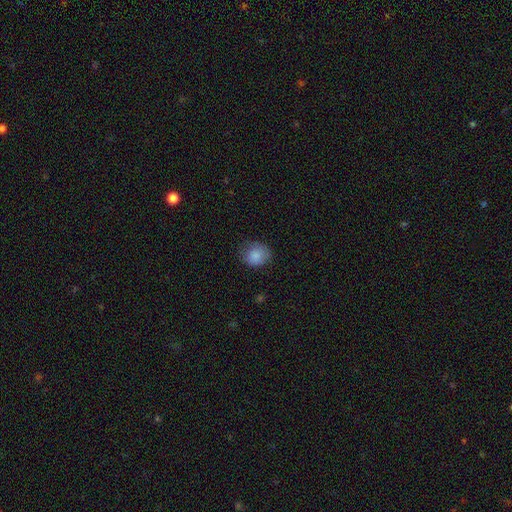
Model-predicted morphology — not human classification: Q: Smooth or featured?
A: smooth (85%); runner-up: star or artifact (8%)
Q: How rounded?
A: round (75%); runner-up: in between (24%)
Q: Merging?
A: none (68%); runner-up: minor disturbance (24%)